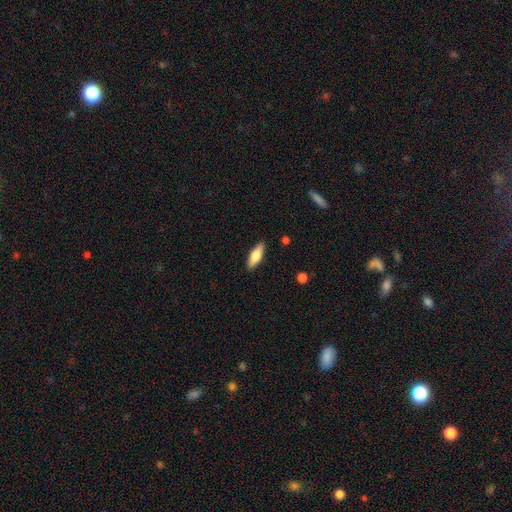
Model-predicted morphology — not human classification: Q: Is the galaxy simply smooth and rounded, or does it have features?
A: smooth — 70%.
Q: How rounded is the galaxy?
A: in between — 57%.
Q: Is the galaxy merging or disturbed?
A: none — 88%.